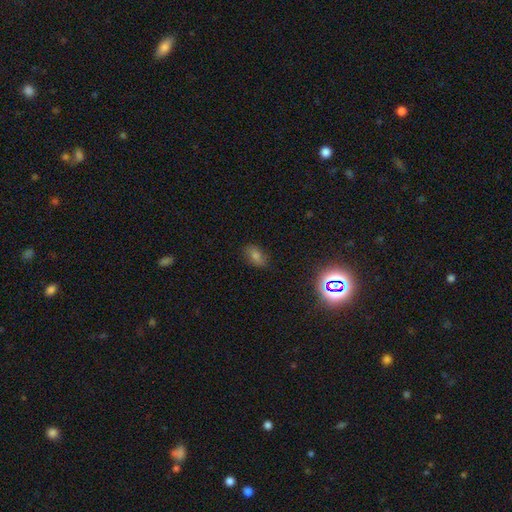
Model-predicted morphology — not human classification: Q: Smooth or featured?
A: smooth (65%); runner-up: star or artifact (23%)
Q: How rounded?
A: in between (85%); runner-up: round (12%)
Q: Merging?
A: none (82%); runner-up: minor disturbance (13%)